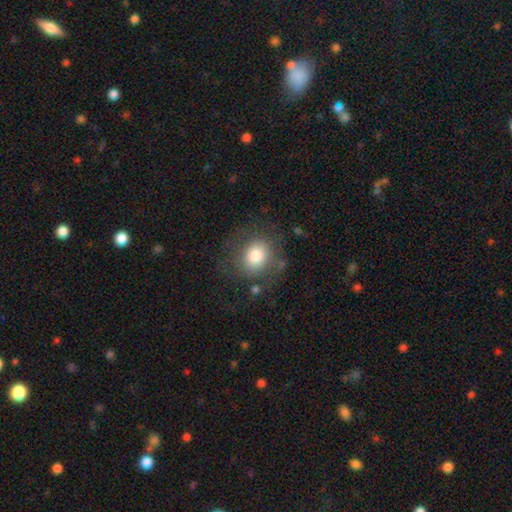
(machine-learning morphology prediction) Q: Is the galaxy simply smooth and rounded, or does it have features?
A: smooth — 75%.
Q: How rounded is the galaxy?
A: round — 68%.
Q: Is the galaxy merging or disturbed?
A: none — 67%.